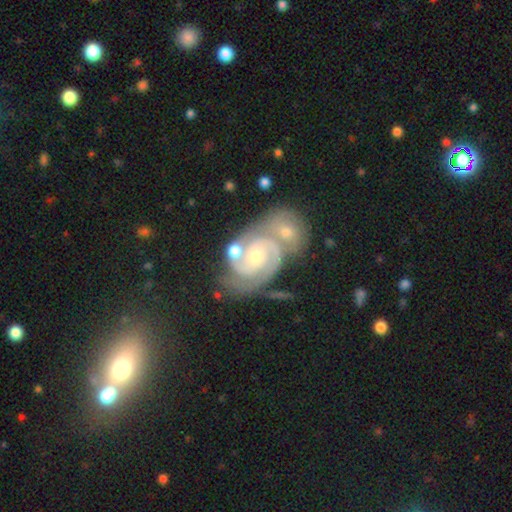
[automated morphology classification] Smooth or featured: featured or disk — 90% (star or artifact — 6%)
Edge-on disk: no — 98% (yes — 2%)
Bar: no — 60% (weak — 31%)
Spiral arms: yes — 98% (no — 2%)
Spiral winding: tight — 58% (medium — 37%)
Spiral arm count: 2 — 79% (3 — 9%)
Bulge size: small — 55% (moderate — 40%)
Merging: none — 42% (merger — 37%)